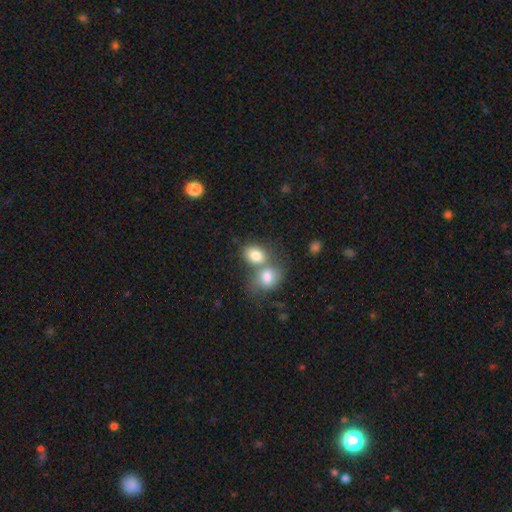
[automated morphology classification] smooth_or_featured: smooth (p=0.81) [alt: featured or disk p=0.11]
how_rounded: in between (p=0.65) [alt: round p=0.33]
merging: merger (p=0.58) [alt: none p=0.30]